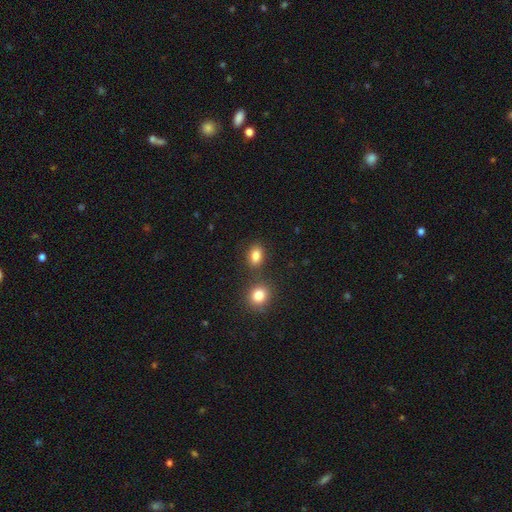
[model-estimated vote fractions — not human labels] Smooth or featured: smooth — 84% (star or artifact — 10%)
How rounded: in between — 74% (round — 24%)
Merging: none — 69% (merger — 17%)